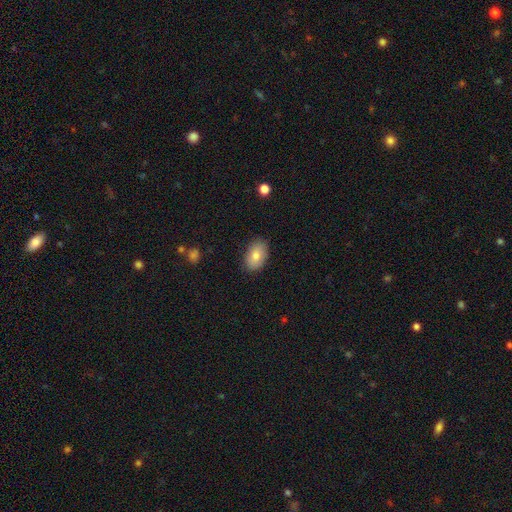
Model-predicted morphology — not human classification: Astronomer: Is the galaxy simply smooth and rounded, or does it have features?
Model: smooth — 80%.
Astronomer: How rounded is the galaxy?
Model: in between — 89%.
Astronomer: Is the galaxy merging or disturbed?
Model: none — 84%.